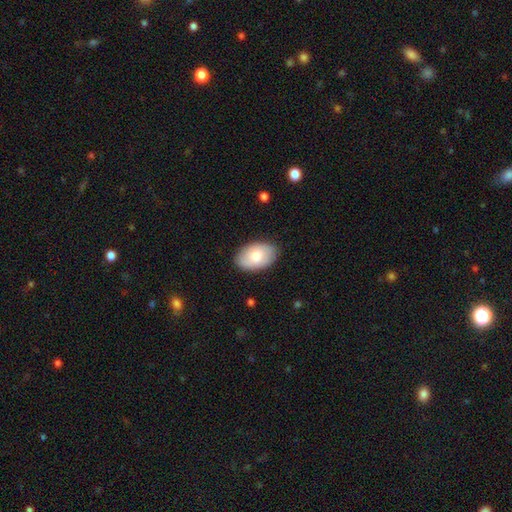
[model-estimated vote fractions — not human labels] Q: Smooth or featured?
A: smooth (74%); runner-up: featured or disk (20%)
Q: How rounded?
A: in between (91%); runner-up: round (8%)
Q: Merging?
A: none (86%); runner-up: minor disturbance (11%)